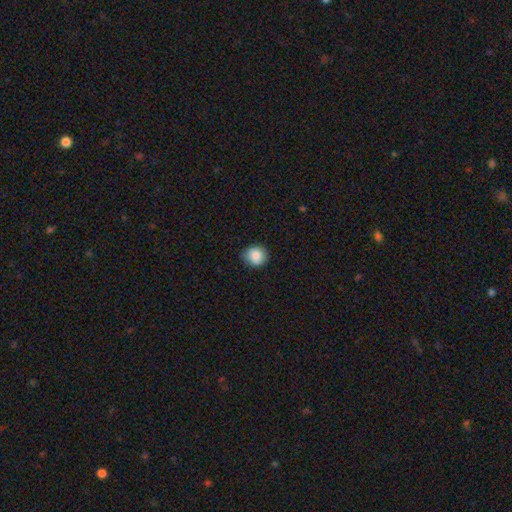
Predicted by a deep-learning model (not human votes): A smooth galaxy with no disk features (86%) that is round (86%). Merging: none (81%).